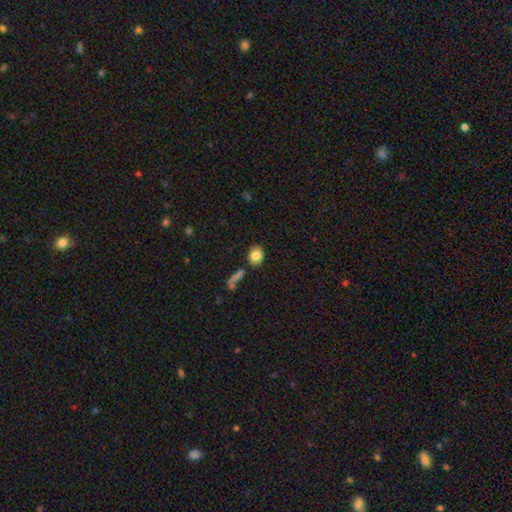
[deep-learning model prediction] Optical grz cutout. It shows a smooth galaxy with no disk features (83%) that is round (49%, tied with in between). Merging: none (76%).